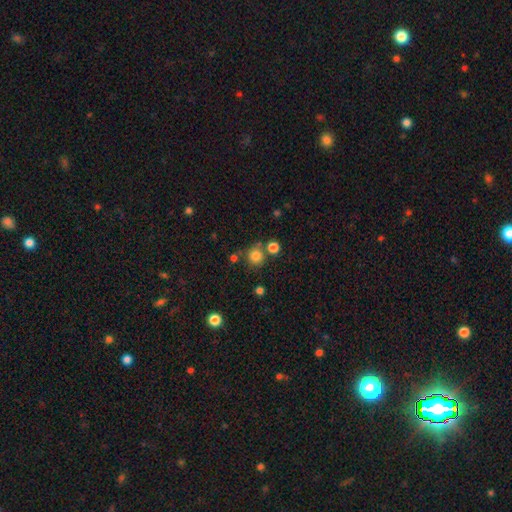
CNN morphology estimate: This is clearly a smooth galaxy (81%). How rounded: clearly round (92%). Merging: likely none (72%).